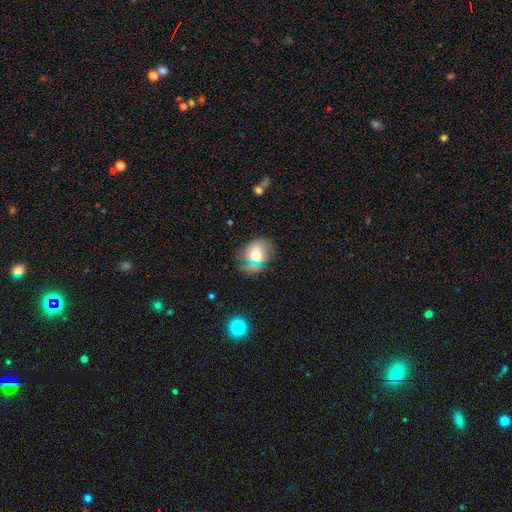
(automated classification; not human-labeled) smooth_or_featured: smooth (p=0.63) [alt: featured or disk p=0.21]
how_rounded: in between (p=0.49) [tied with: round p=0.49]
merging: none (p=0.68) [alt: minor disturbance p=0.20]